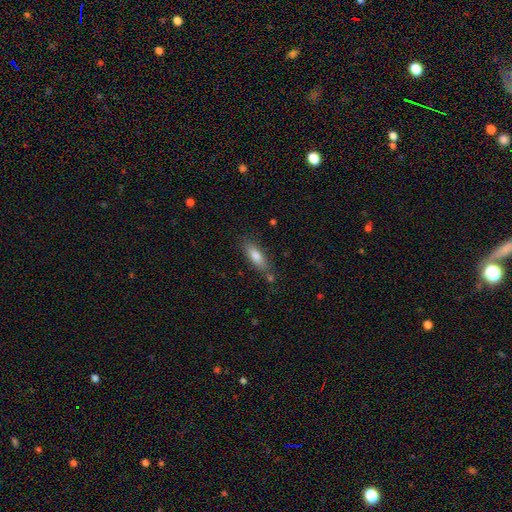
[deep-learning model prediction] smooth_or_featured: smooth (p=0.79) [alt: featured or disk p=0.14]
how_rounded: in between (p=0.58) [alt: cigar-shaped p=0.40]
merging: none (p=0.74) [alt: minor disturbance p=0.16]